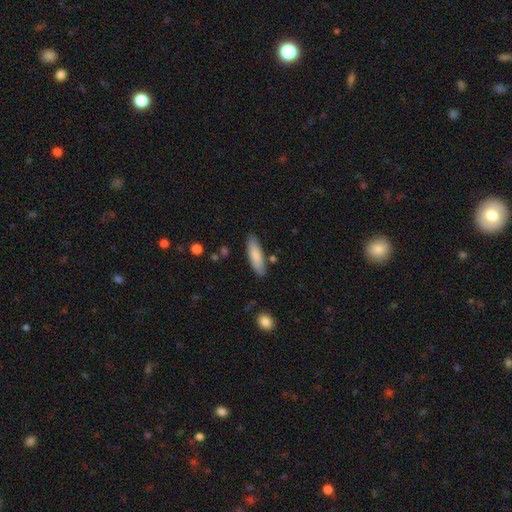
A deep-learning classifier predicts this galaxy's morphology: Smooth or featured: smooth — 82% (featured or disk — 12%)
How rounded: cigar-shaped — 51% (in between — 47%)
Merging: none — 83% (minor disturbance — 11%)